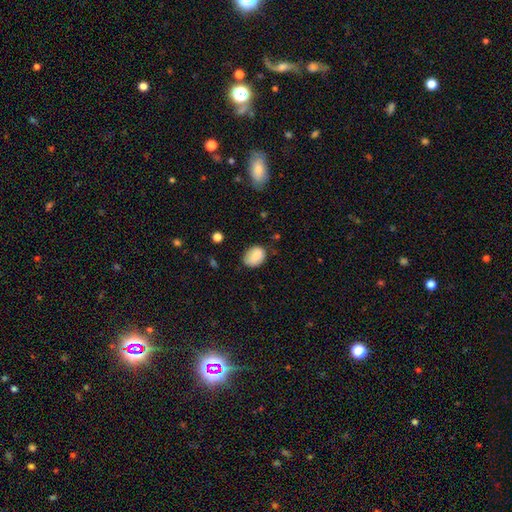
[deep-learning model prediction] smooth-or-featured: smooth: 85% | star or artifact: 8% | featured or disk: 7%
  how-rounded: in between: 61% | round: 38% | cigar-shaped: 1%
  merging: none: 64% | minor disturbance: 28% | major disturbance: 6% | merger: 2%